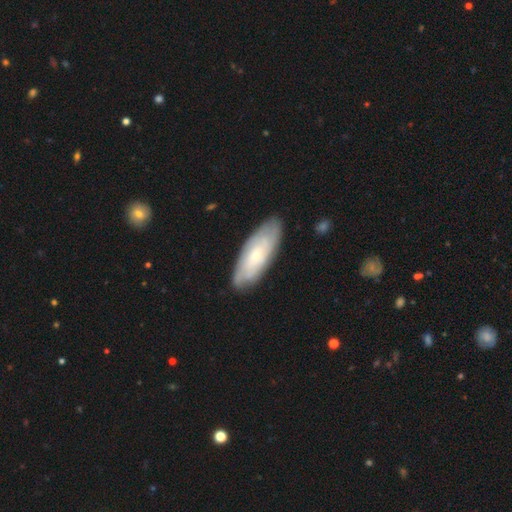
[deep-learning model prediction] Smooth or featured? featured or disk (51%)
Edge-on disk? no (81%)
Merging? none (83%)